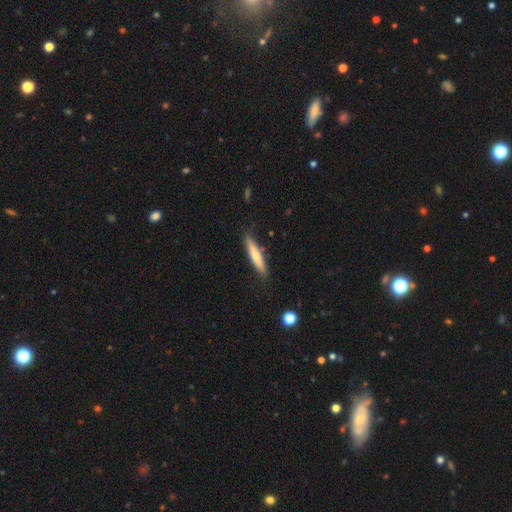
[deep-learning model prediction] Overall: smooth (67%; featured or disk 27%). How rounded: cigar-shaped (88%). Merging: none (82%).